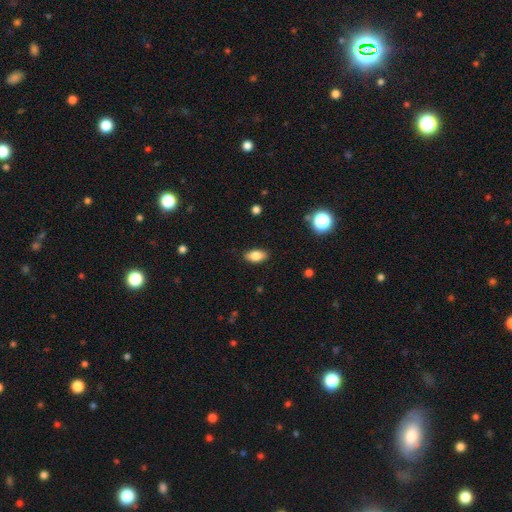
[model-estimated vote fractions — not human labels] Morphology: type=smooth (82%); roundness=in between (89%); merging=none (88%).